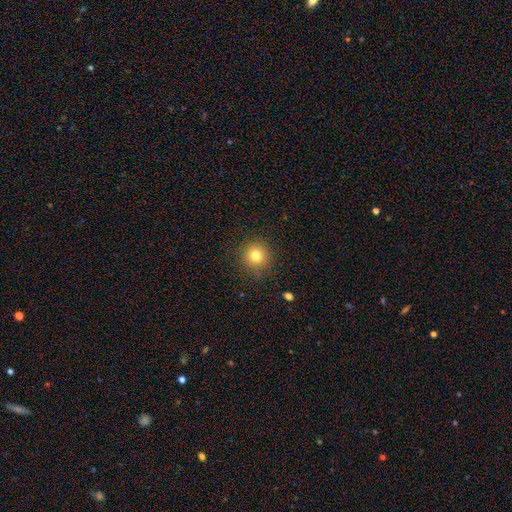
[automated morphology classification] A smooth galaxy with no disk features (79%) that is round (93%). Merging: none (88%).